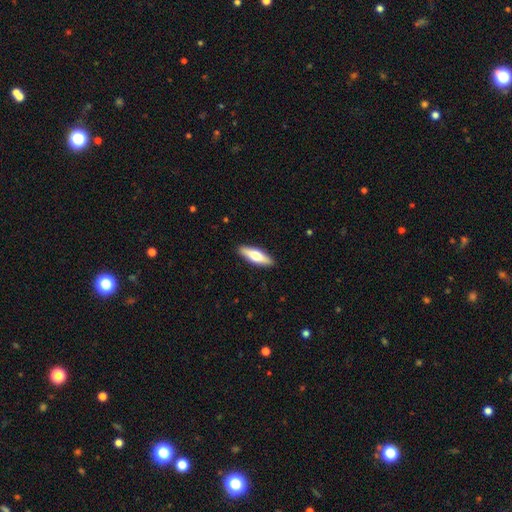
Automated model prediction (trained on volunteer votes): Smooth or featured? Predicted: smooth (p=0.56). How rounded? Predicted: cigar-shaped (p=0.57). Merging? Predicted: none (p=0.90).